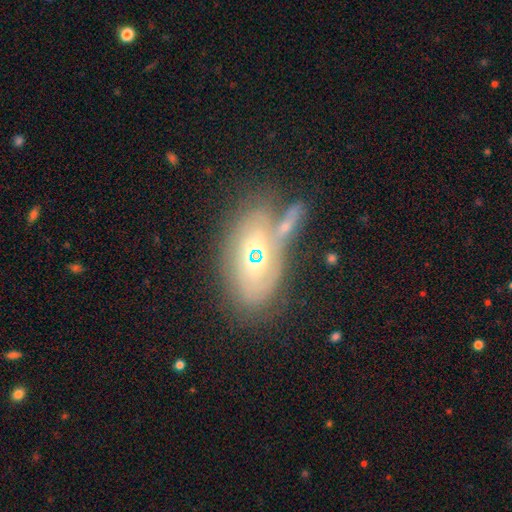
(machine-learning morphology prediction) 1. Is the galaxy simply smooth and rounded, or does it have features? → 64% featured or disk, 24% smooth, 12% star or artifact.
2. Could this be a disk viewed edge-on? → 87% no, 13% yes.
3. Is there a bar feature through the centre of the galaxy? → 63% no, 27% weak, 10% strong.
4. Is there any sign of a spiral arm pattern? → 65% yes, 35% no.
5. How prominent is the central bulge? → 47% small, 38% moderate, 6% large, 5% none, 2% dominant.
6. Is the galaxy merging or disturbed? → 51% none, 20% minor disturbance, 18% merger, 11% major disturbance.